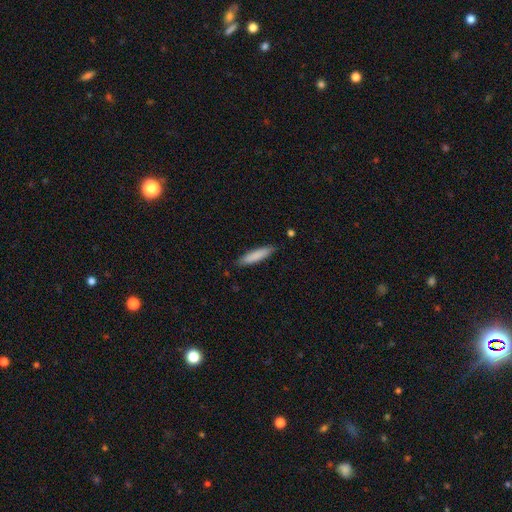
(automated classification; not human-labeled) A smooth galaxy with no disk features (84%) that is cigar-shaped (80%). Merging: none (86%).